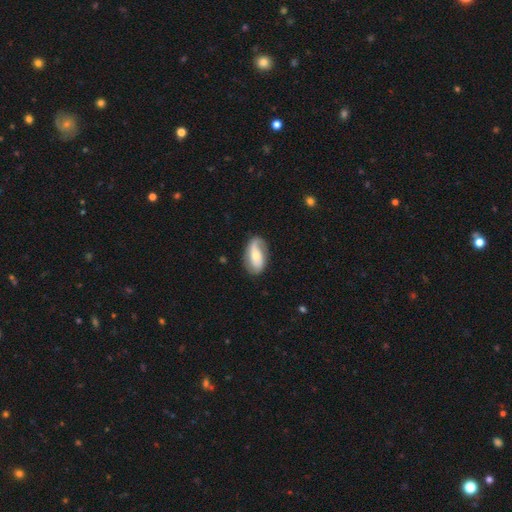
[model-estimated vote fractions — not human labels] This appears to be a featured or disk galaxy (66%) with no bar (50%), 2 (70%) loose (46%) spiral arms (89%) and a moderate central bulge (51%). Merging: none (71%).